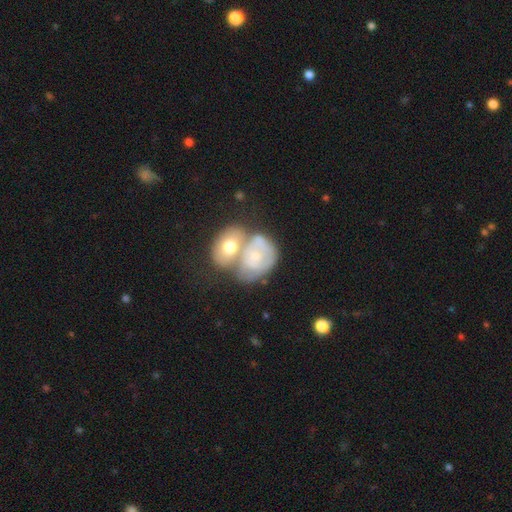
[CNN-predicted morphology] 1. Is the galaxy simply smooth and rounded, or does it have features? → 47% featured or disk, 46% smooth, 8% star or artifact.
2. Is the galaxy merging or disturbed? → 59% merger, 19% none, 12% minor disturbance, 10% major disturbance.